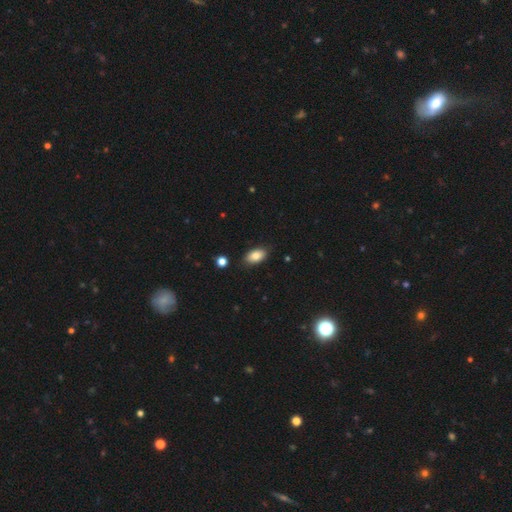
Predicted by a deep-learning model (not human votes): smooth-or-featured: smooth: 84% | featured or disk: 8% | star or artifact: 8%
  how-rounded: in between: 92% | round: 5% | cigar-shaped: 3%
  merging: none: 85% | minor disturbance: 11% | major disturbance: 2% | merger: 2%